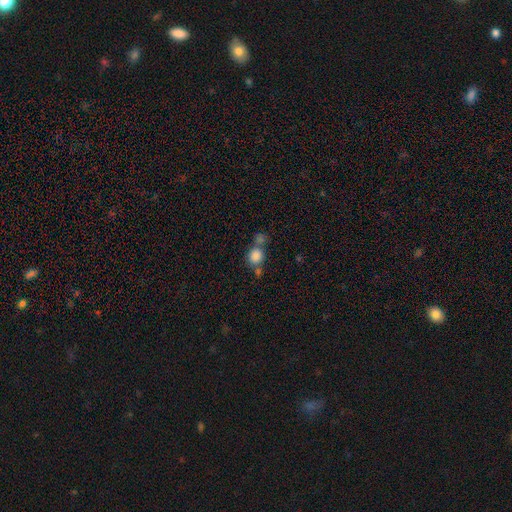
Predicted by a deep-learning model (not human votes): This is clearly a smooth galaxy (83%). How rounded: likely round (78%). Merging: marginally none (44%).